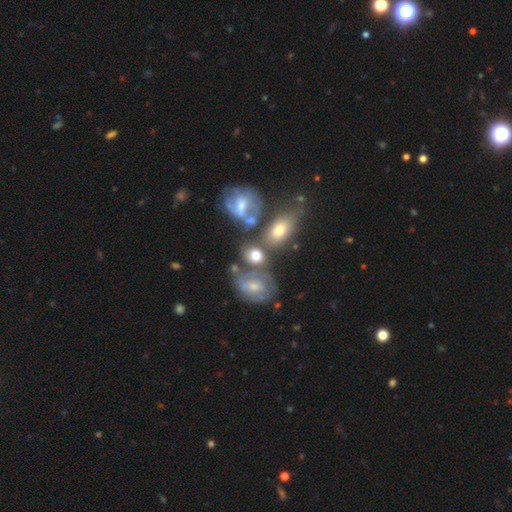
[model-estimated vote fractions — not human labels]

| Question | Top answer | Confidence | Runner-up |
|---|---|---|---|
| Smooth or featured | smooth | 55% | featured or disk (33%) |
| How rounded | in between | 52% | round (47%) |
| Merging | none | 38% | merger (33%) |